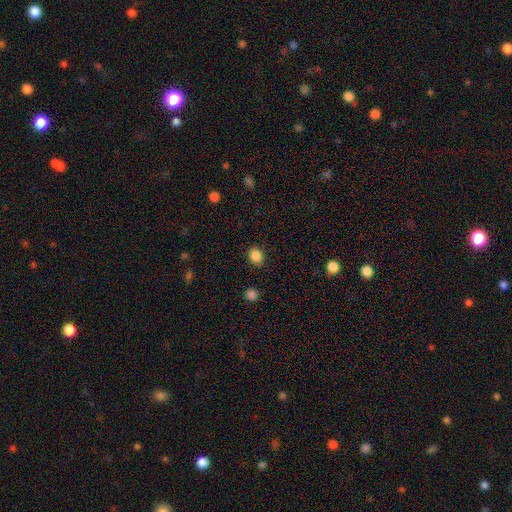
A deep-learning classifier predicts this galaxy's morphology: Overall: smooth (86%). How rounded: round (68%; in between 31%). Merging: none (87%).